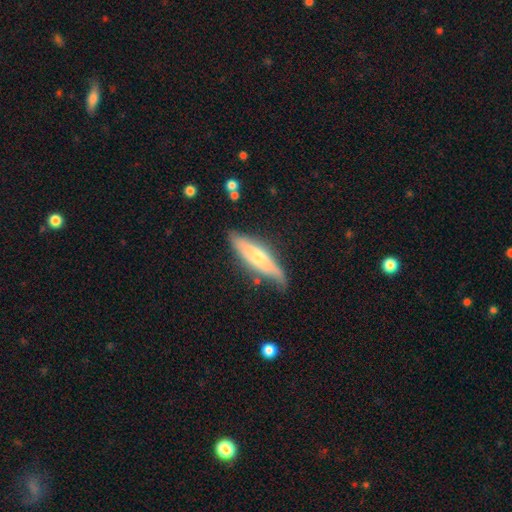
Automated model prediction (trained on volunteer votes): featured or disk 49%, smooth 44%, star or artifact 7%. Down the decision tree: merging — none (70%).